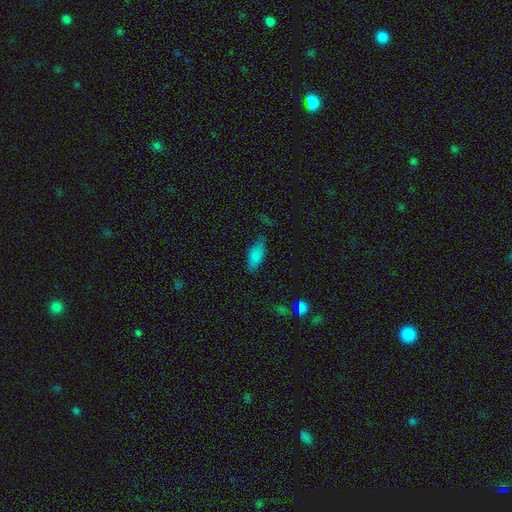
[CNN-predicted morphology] Smooth or featured? smooth (81%)
How rounded? in between (85%)
Merging? none (61%)